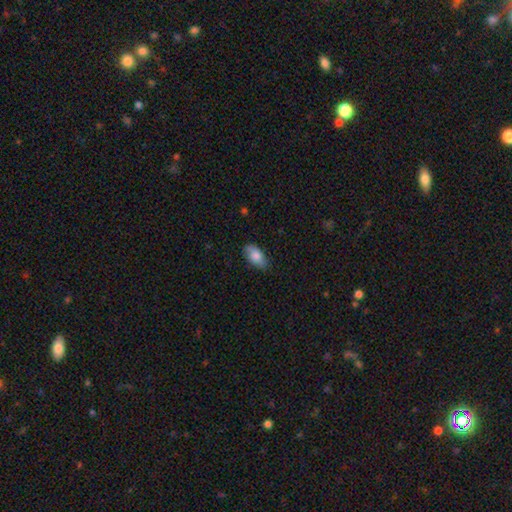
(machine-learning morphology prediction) Smooth or featured: smooth — 79% (featured or disk — 14%)
How rounded: in between — 91% (cigar-shaped — 5%)
Merging: none — 78% (minor disturbance — 18%)